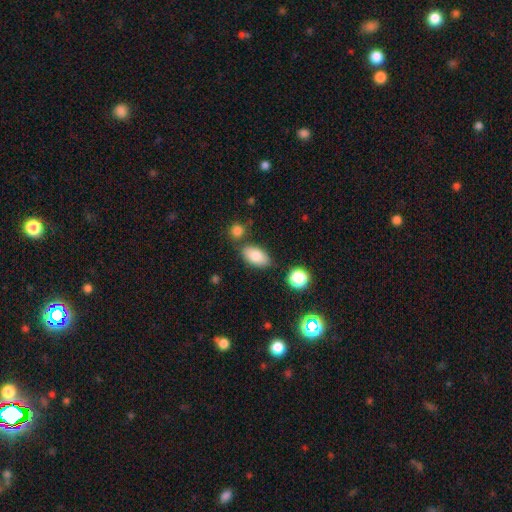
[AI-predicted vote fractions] Smooth or featured? Predicted: smooth (p=0.83). How rounded? Predicted: in between (p=0.92). Merging? Predicted: none (p=0.73).